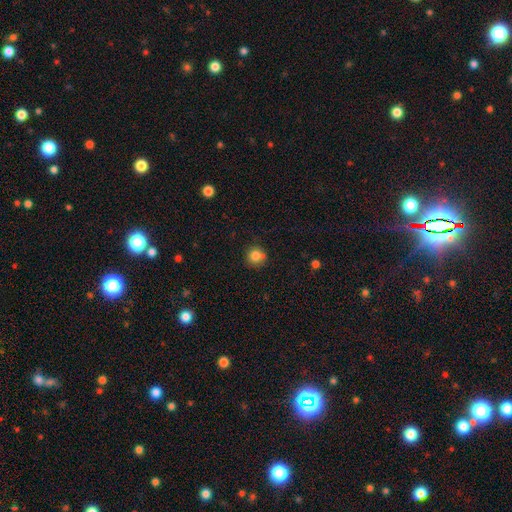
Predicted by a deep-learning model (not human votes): smooth-or-featured: smooth: 82% | star or artifact: 11% | featured or disk: 7%
  how-rounded: round: 89% | in between: 10% | cigar-shaped: 1%
  merging: none: 71% | minor disturbance: 17% | merger: 8% | major disturbance: 4%